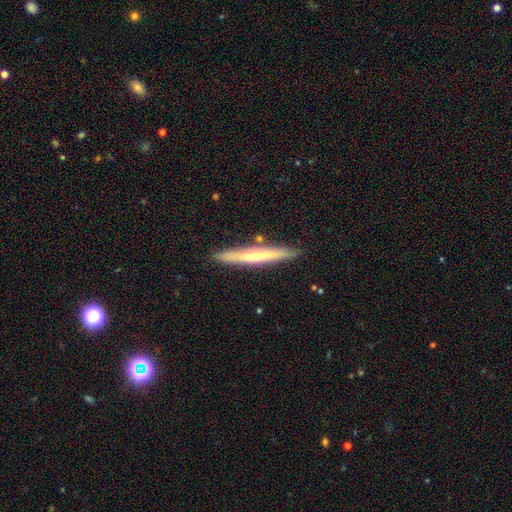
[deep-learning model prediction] Morphology: type=featured or disk (53%); edge-on=yes (94%); merging=none (87%).